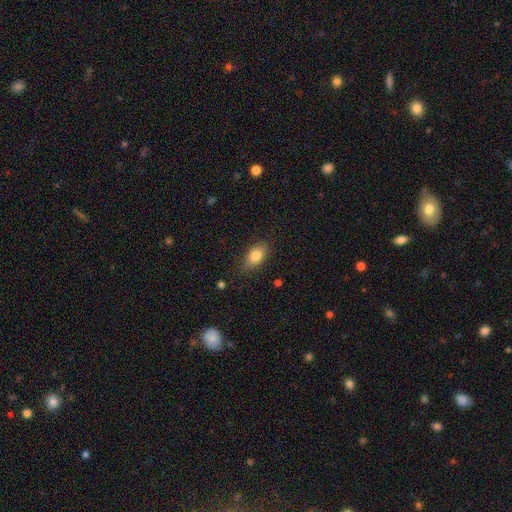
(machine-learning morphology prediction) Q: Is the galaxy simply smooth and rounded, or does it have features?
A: smooth — 80%.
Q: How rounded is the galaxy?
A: in between — 85%.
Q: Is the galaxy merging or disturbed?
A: none — 82%.